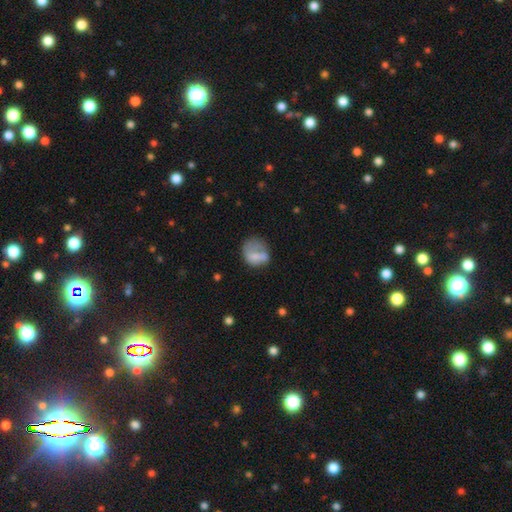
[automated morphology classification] This is likely a smooth galaxy (64%). How rounded: likely round (65%). Merging: marginally none (36%).